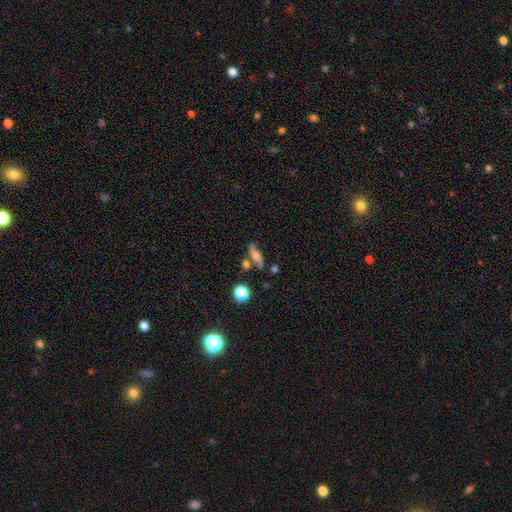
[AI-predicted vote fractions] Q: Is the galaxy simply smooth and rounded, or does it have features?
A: featured or disk — 48%.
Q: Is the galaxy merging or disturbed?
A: none — 59%.